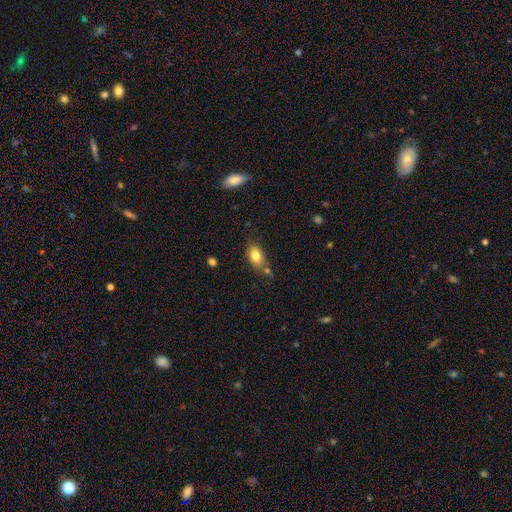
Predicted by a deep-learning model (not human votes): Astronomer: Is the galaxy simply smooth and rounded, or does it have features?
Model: smooth — 81%.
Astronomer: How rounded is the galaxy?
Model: in between — 82%.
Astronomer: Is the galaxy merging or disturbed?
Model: none — 68%.